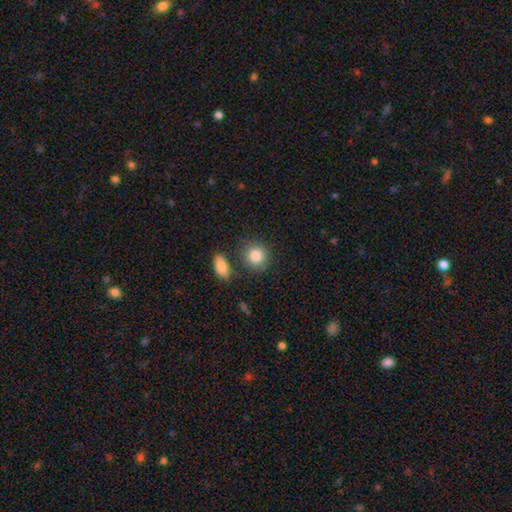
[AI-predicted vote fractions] Overall: smooth (85%). How rounded: round (83%). Merging: none (76%).